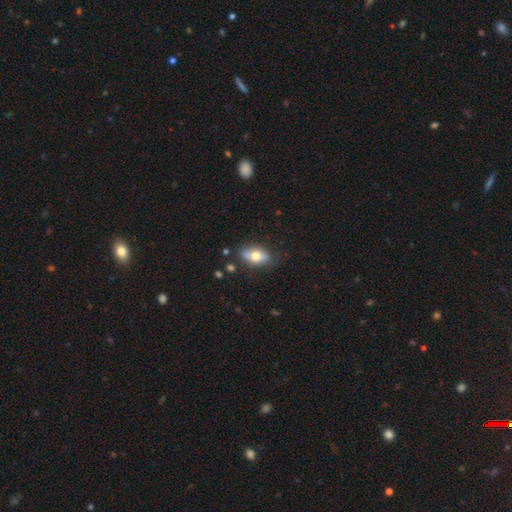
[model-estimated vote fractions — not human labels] Smooth or featured?
  - smooth: 67% *
  - featured or disk: 26%
  - star or artifact: 7%
How rounded?
  - in between: 87% *
  - round: 8%
  - cigar-shaped: 5%
Merging?
  - none: 73% *
  - minor disturbance: 20%
  - major disturbance: 4%
  - merger: 3%